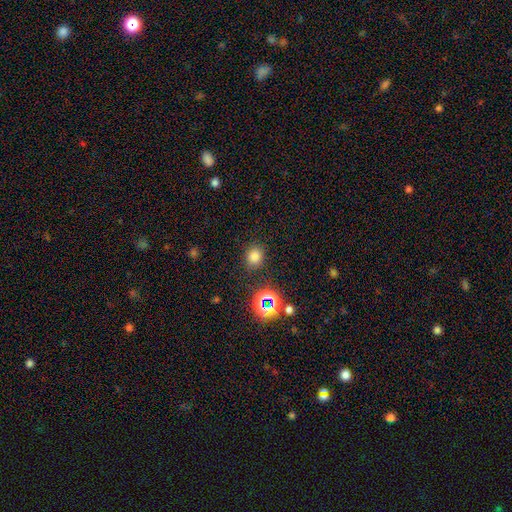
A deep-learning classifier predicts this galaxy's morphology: Smooth or featured?
  - smooth: 76% *
  - star or artifact: 19%
  - featured or disk: 6%
How rounded?
  - round: 68% *
  - in between: 31%
  - cigar-shaped: 1%
Merging?
  - none: 85% *
  - minor disturbance: 9%
  - major disturbance: 3%
  - merger: 2%